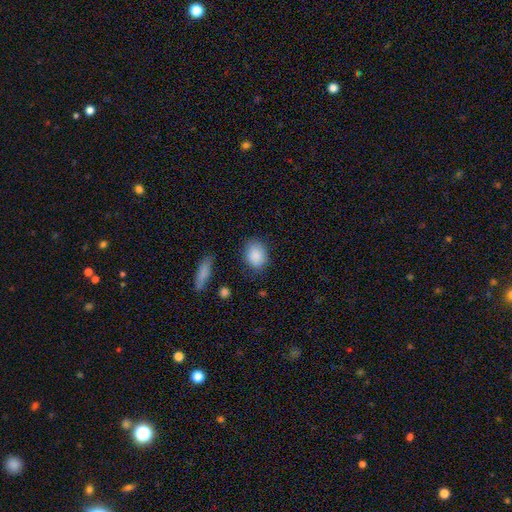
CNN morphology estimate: This appears to be a smooth galaxy with no disk features (88%) that is in between round and cigar-shaped (57%). Merging: none (79%).